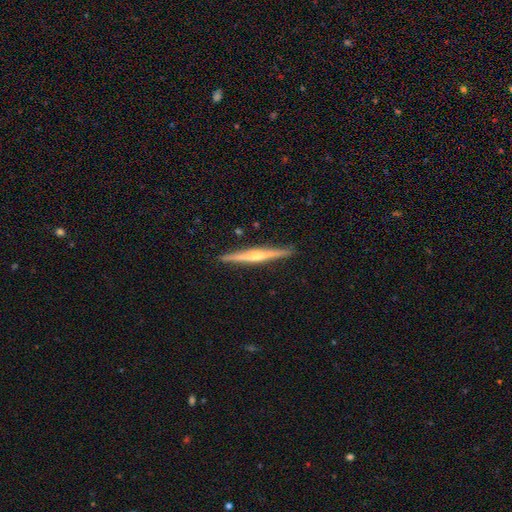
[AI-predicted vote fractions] Smooth or featured?
  - featured or disk: 73% *
  - smooth: 22%
  - star or artifact: 5%
Edge-on disk?
  - yes: 98% *
  - no: 2%
Edge-on bulge?
  - rounded: 73% *
  - none: 19%
  - boxy: 7%
Merging?
  - none: 92% *
  - minor disturbance: 6%
  - major disturbance: 1%
  - merger: 1%